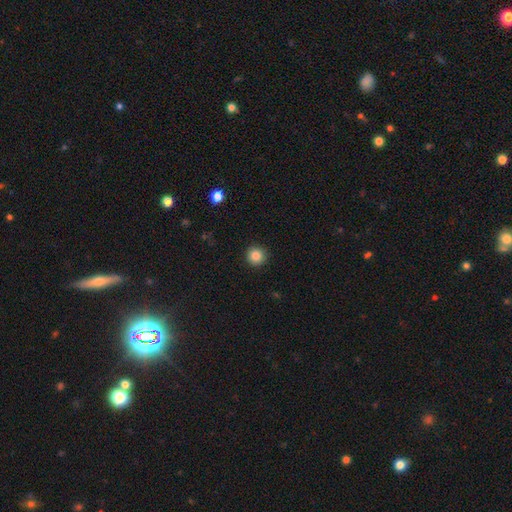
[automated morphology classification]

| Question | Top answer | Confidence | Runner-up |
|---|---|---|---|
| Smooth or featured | smooth | 85% | star or artifact (10%) |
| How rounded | round | 95% | in between (4%) |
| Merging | none | 92% | minor disturbance (5%) |